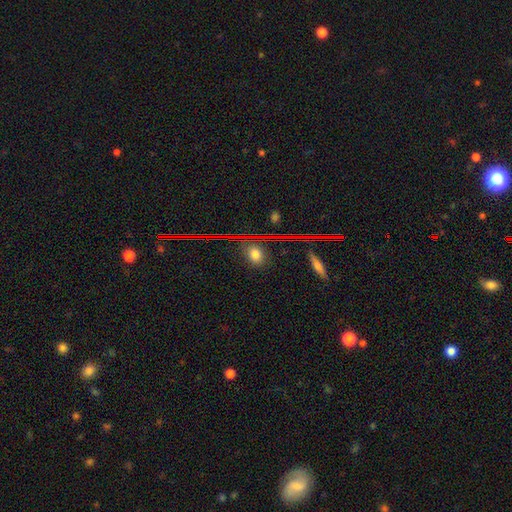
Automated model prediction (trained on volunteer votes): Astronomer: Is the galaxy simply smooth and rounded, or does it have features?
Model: smooth — 51% (runner-up: star or artifact, 37%).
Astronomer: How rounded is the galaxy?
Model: round — 66%.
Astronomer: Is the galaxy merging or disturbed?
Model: none — 84%.